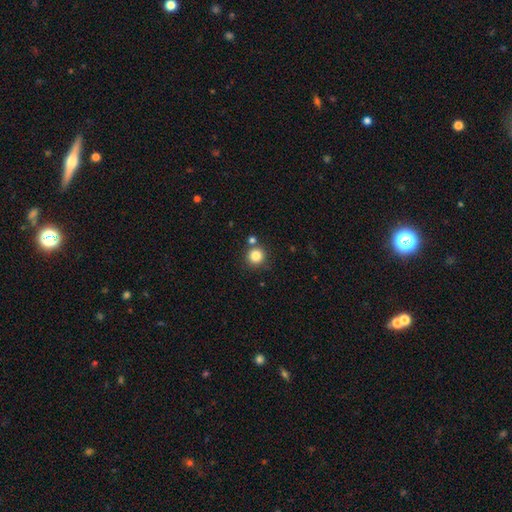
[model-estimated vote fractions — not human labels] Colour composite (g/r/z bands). It shows a smooth galaxy with no disk features (83%) that is round (94%). Merging: none (78%).